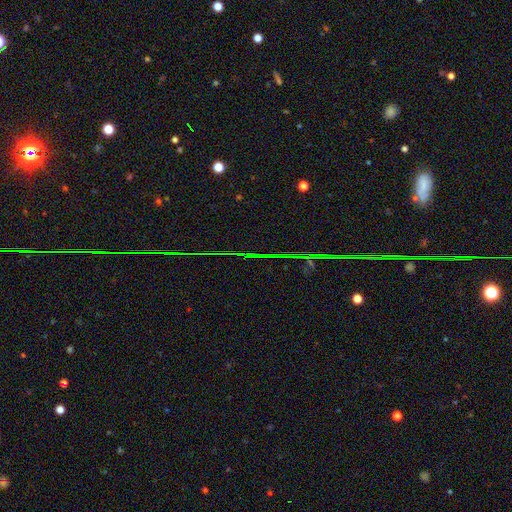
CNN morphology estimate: A star or artifact, not a galaxy (81%).

Vote fractions:
- Smooth or featured? star or artifact: 81% / smooth: 10% / featured or disk: 9%